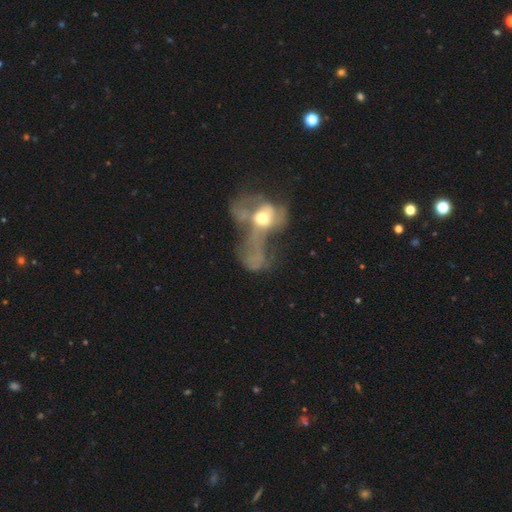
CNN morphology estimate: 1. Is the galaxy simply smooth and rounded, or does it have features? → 53% featured or disk, 32% smooth, 15% star or artifact.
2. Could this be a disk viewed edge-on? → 95% no, 5% yes.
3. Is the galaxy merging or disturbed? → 46% merger, 38% major disturbance, 9% none, 6% minor disturbance.